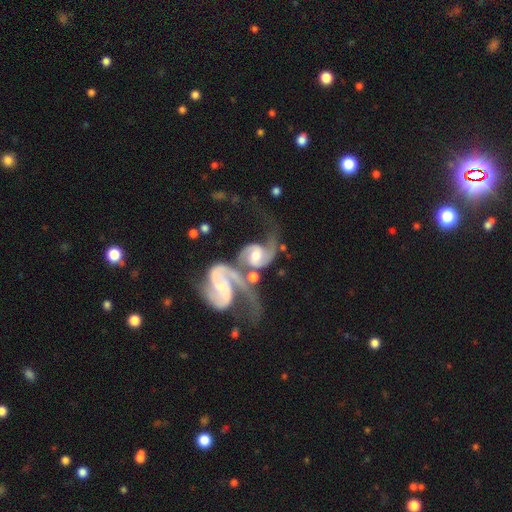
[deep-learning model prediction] This is clearly a featured or disk galaxy (88%). It is clearly not viewed edge-on (97%). Bar: marginally no (44%). Spiral arm pattern: clearly yes (97%). Spiral arm count: clearly 2 (88%). Spiral winding: possibly medium (49%). Central bulge: possibly moderate (54%). Merging: likely merger (62%).